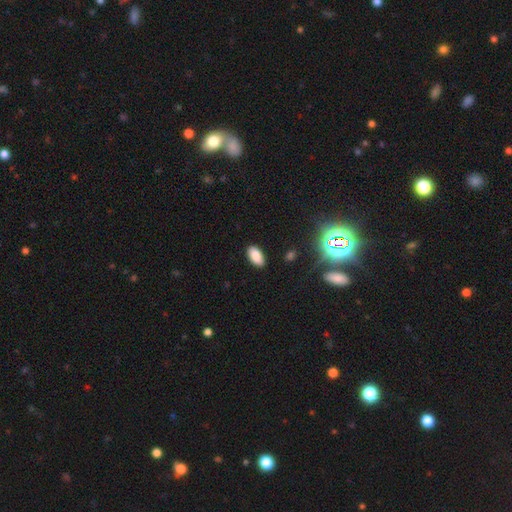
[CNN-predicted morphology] The model was most divided on "smooth or featured": smooth: 86%, star or artifact: 9%, featured or disk: 5%. More confident: how rounded — in between (94%); merging — none (87%).